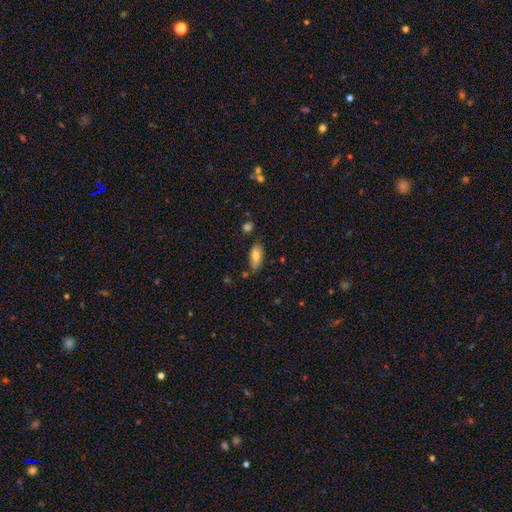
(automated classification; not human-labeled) Smooth or featured: smooth — 77% (featured or disk — 16%)
How rounded: in between — 84% (cigar-shaped — 13%)
Merging: none — 70% (minor disturbance — 22%)